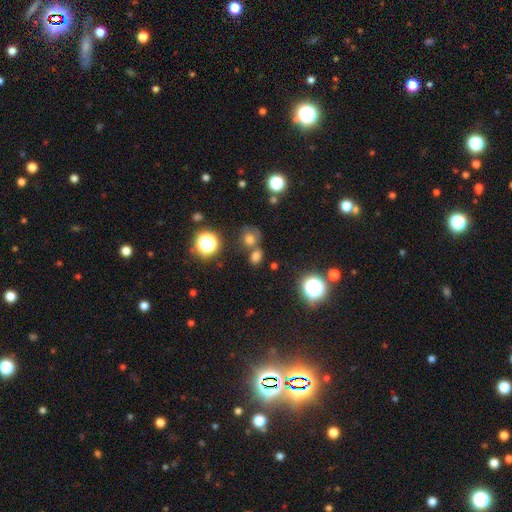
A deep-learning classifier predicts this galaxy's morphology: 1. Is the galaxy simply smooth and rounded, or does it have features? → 67% smooth, 24% star or artifact, 9% featured or disk.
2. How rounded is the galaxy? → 57% round, 41% in between, 2% cigar-shaped.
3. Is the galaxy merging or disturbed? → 55% none, 30% merger, 10% minor disturbance, 5% major disturbance.